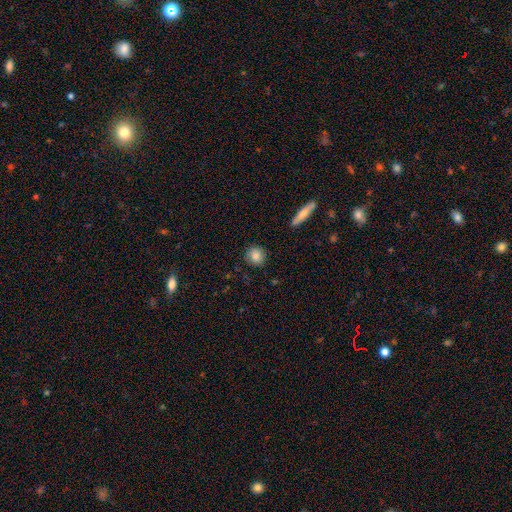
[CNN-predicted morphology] Overall: smooth (84%). How rounded: round (85%). Merging: none (86%).